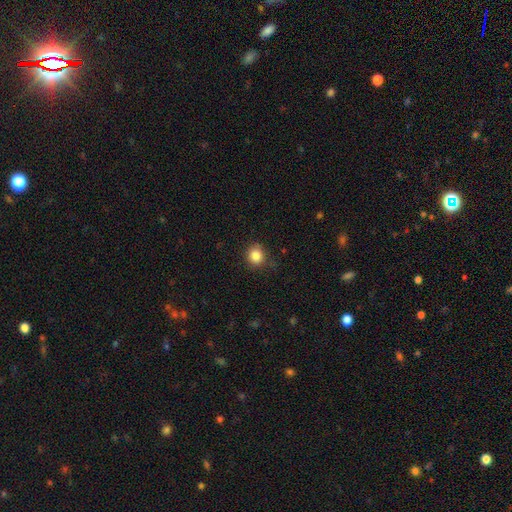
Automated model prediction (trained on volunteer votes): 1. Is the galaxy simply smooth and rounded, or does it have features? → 85% smooth, 10% star or artifact, 4% featured or disk.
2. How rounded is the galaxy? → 80% round, 19% in between, 1% cigar-shaped.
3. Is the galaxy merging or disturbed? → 79% none, 16% minor disturbance, 4% major disturbance, 1% merger.